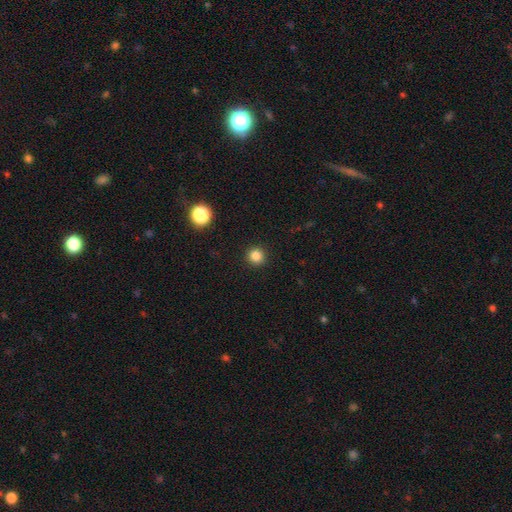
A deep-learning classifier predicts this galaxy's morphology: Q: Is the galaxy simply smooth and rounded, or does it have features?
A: smooth — 84%.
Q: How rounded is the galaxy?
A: round — 94%.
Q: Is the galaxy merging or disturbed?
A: none — 93%.